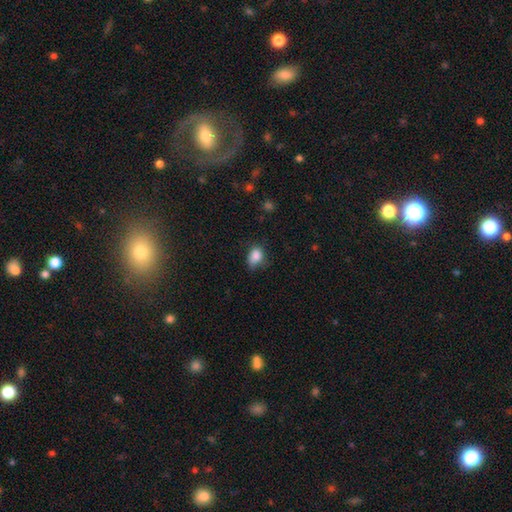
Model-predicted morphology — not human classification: Overall: smooth (85%). How rounded: in between (72%). Merging: none (51%; minor disturbance 35%).